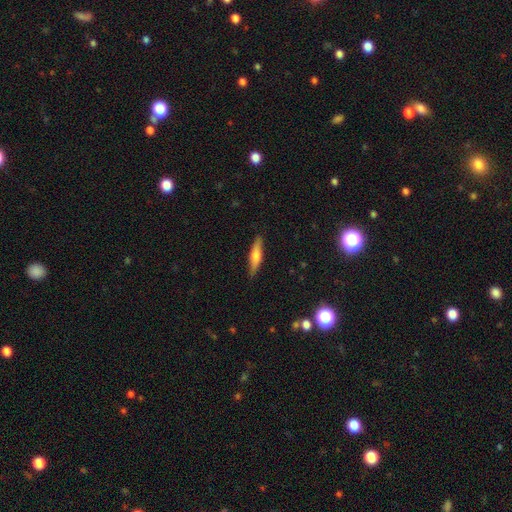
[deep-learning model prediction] Smooth or featured? Predicted: smooth (p=0.55). How rounded? Predicted: cigar-shaped (p=0.77). Merging? Predicted: none (p=0.86).